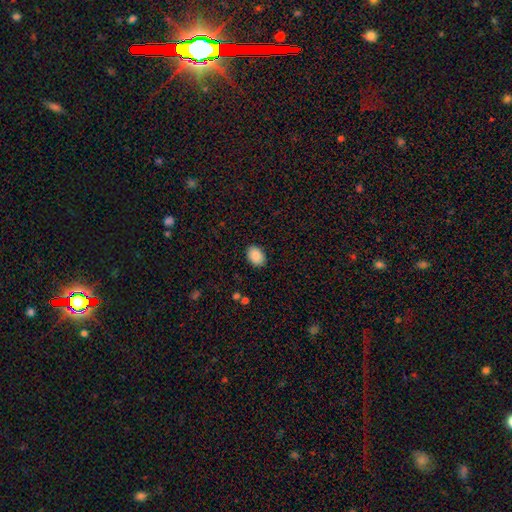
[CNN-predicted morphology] smooth-or-featured: smooth: 88% | star or artifact: 7% | featured or disk: 5%
  how-rounded: in between: 81% | round: 18% | cigar-shaped: 1%
  merging: none: 88% | minor disturbance: 9% | major disturbance: 2% | merger: 1%